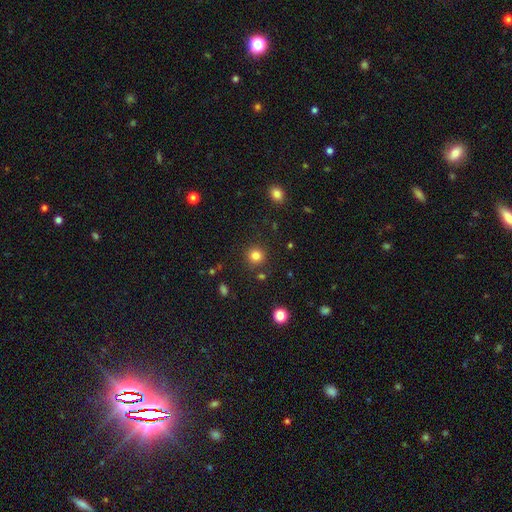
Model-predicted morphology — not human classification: smooth-or-featured: smooth: 82% | star or artifact: 13% | featured or disk: 5%
  how-rounded: round: 92% | in between: 7% | cigar-shaped: 1%
  merging: none: 87% | minor disturbance: 7% | merger: 3% | major disturbance: 3%